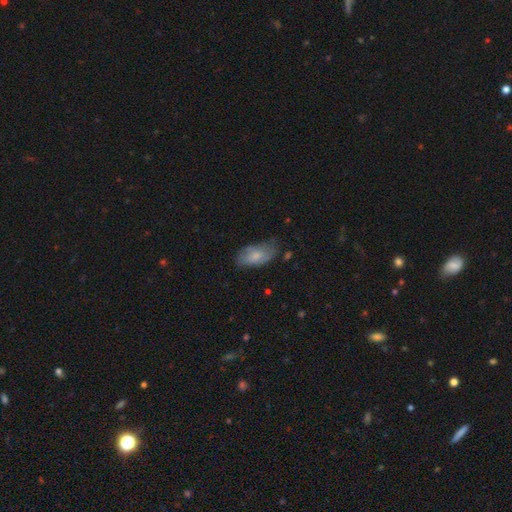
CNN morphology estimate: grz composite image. It shows a smooth galaxy with no disk features (74%) that is in between round and cigar-shaped (93%). Merging: none (57%).